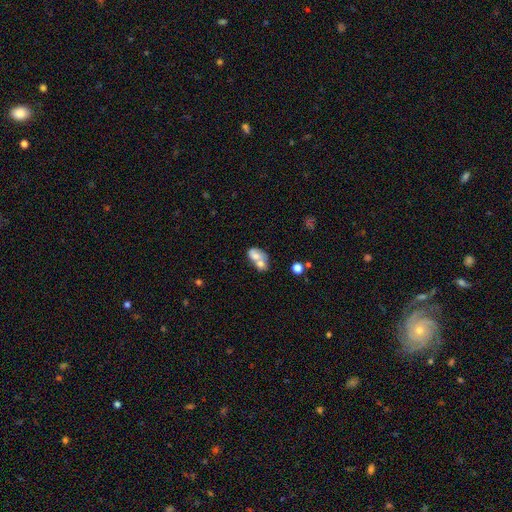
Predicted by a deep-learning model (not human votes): This appears to be a smooth galaxy with no disk features (59%) that is in between round and cigar-shaped (72%). Merging: merger (72%).